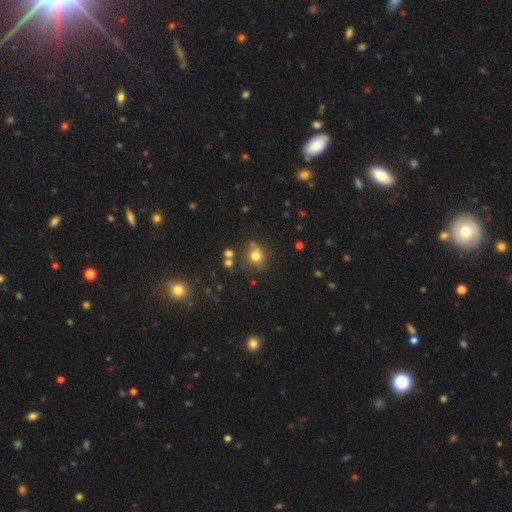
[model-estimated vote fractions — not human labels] smooth 75%, star or artifact 15%, featured or disk 10%. Down the decision tree: how rounded — round (70%); merging — none (66%).